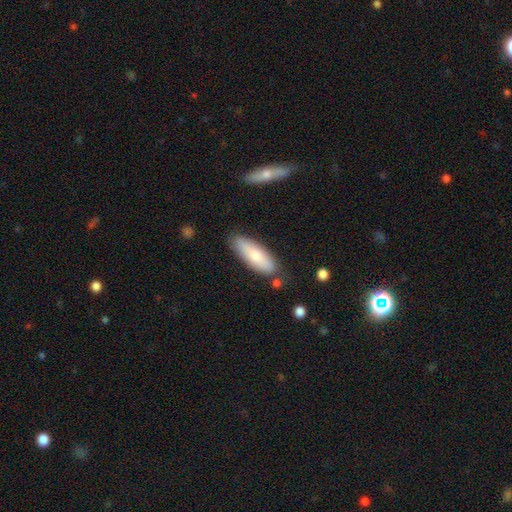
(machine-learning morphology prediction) smooth-or-featured: smooth: 73% | featured or disk: 21% | star or artifact: 6%
  how-rounded: in between: 60% | cigar-shaped: 38% | round: 2%
  merging: none: 79% | minor disturbance: 14% | merger: 4% | major disturbance: 3%